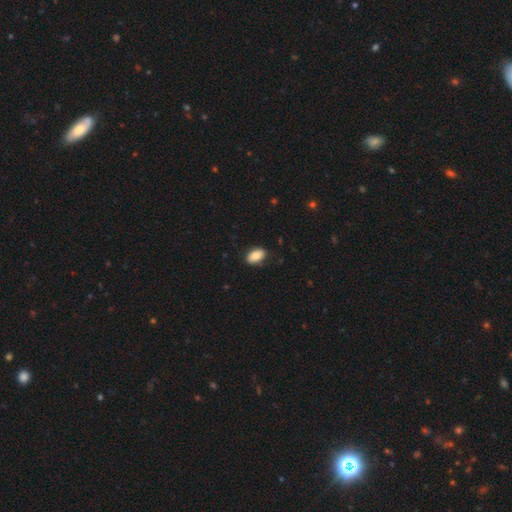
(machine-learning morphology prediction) Overall: smooth (82%). How rounded: in between (90%). Merging: none (86%).